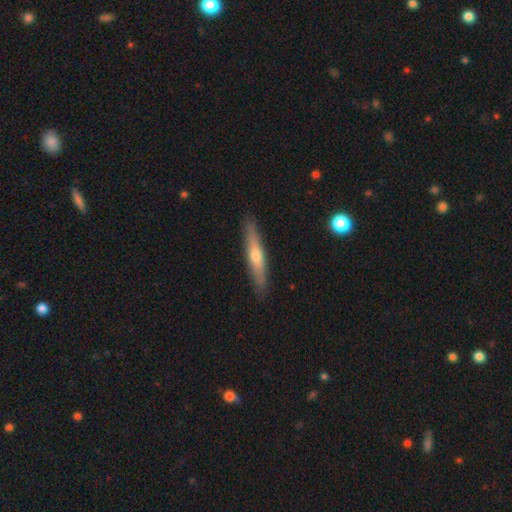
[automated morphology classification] Smooth or featured? smooth (50%)
How rounded? cigar-shaped (90%)
Merging? none (89%)